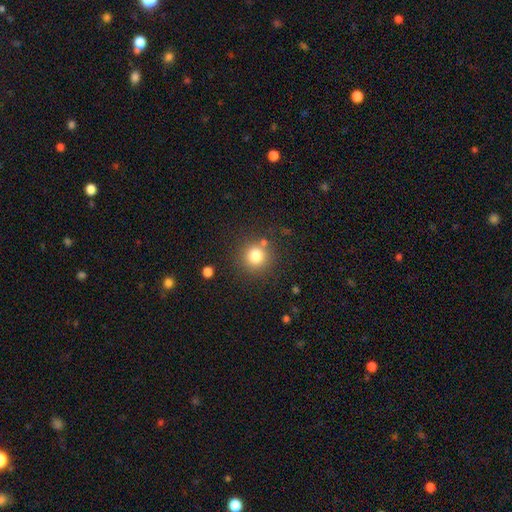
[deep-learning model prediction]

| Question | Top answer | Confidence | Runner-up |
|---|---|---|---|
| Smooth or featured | smooth | 79% | star or artifact (13%) |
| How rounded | round | 93% | in between (6%) |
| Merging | none | 81% | minor disturbance (9%) |